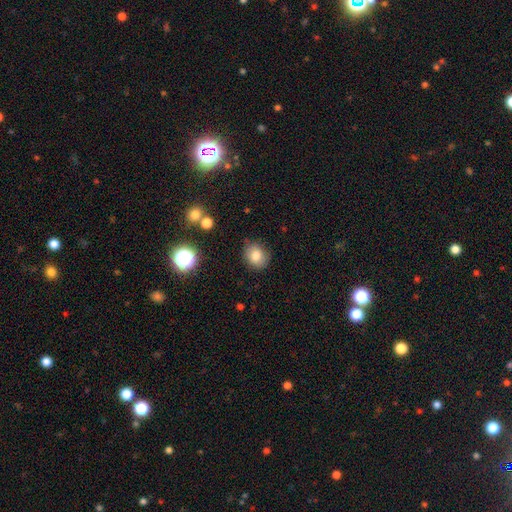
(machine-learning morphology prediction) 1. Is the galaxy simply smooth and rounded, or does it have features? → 80% smooth, 12% star or artifact, 9% featured or disk.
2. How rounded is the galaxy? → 63% round, 36% in between, 1% cigar-shaped.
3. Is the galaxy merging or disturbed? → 81% none, 15% minor disturbance, 3% major disturbance, 2% merger.